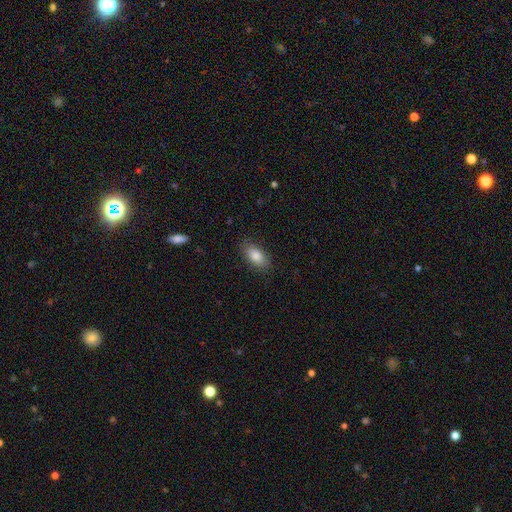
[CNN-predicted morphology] type=smooth (84%); roundness=in between (91%); merging=none (84%).